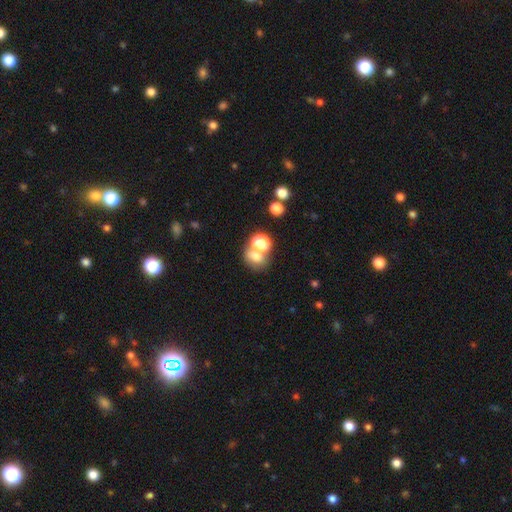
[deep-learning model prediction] smooth 71%, star or artifact 16%, featured or disk 13%. Down the decision tree: how rounded — round (56%); merging — merger (43%, tied with none).